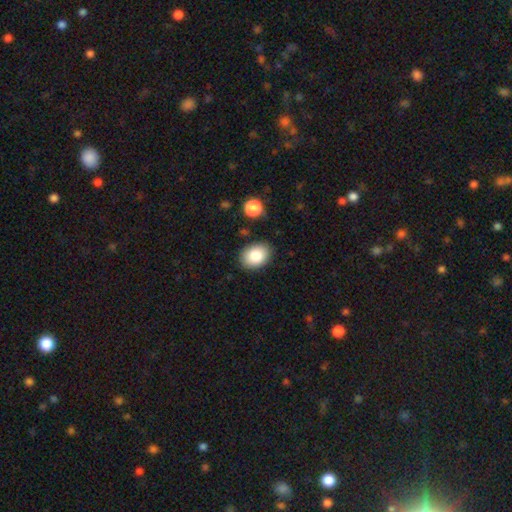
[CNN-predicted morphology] Overall: smooth (82%). How rounded: in between (70%). Merging: none (86%).